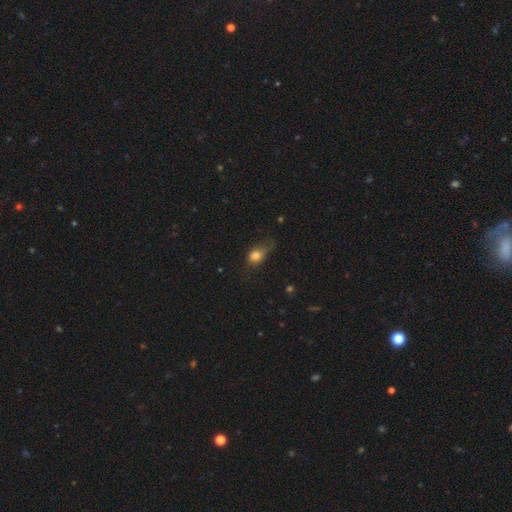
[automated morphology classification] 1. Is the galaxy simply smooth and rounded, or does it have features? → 76% smooth, 13% featured or disk, 11% star or artifact.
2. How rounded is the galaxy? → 58% in between, 37% round, 5% cigar-shaped.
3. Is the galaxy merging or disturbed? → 37% minor disturbance, 34% none, 26% major disturbance, 3% merger.